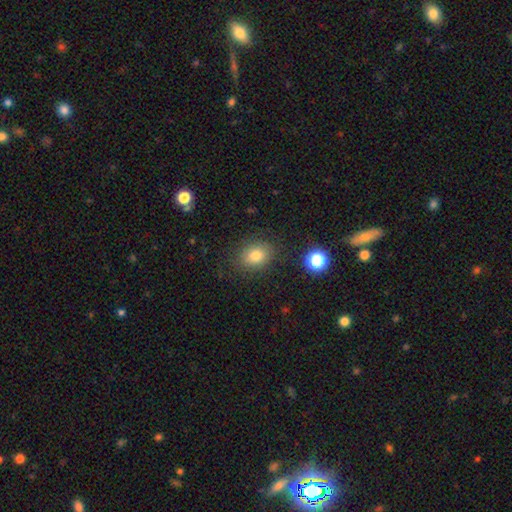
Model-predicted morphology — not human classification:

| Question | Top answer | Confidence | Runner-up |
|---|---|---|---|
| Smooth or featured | smooth | 79% | star or artifact (12%) |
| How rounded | in between | 54% | round (45%) |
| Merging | none | 83% | minor disturbance (11%) |